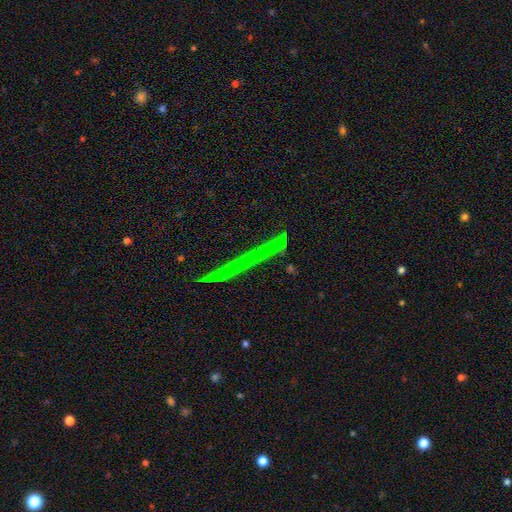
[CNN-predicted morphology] Smooth or featured?
  - featured or disk: 50% *
  - smooth: 29%
  - star or artifact: 22%
Merging?
  - none: 85% *
  - minor disturbance: 8%
  - major disturbance: 3%
  - merger: 3%